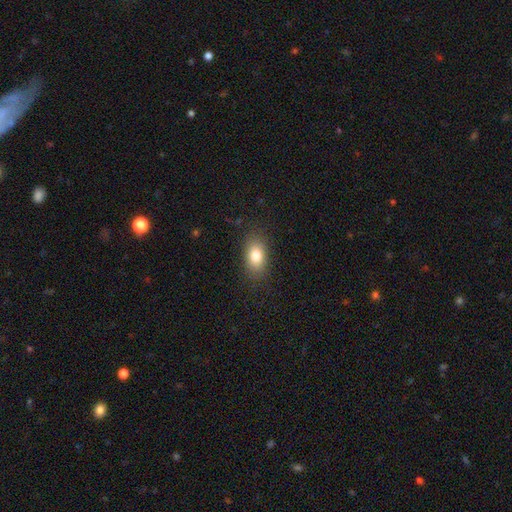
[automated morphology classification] This appears to be a smooth galaxy with no disk features (80%) that is in between round and cigar-shaped (85%). Merging: none (85%).